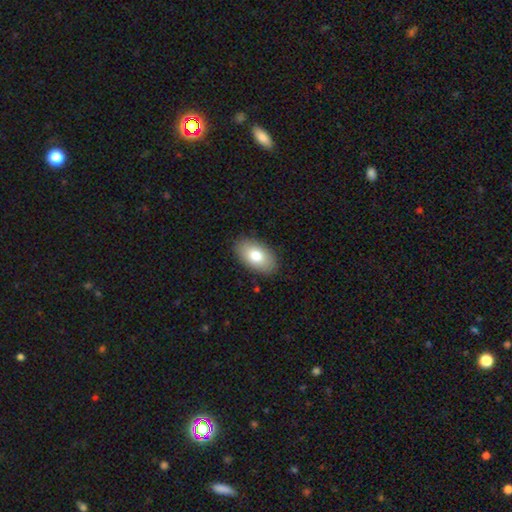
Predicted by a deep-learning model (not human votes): smooth_or_featured: smooth (p=0.78) [alt: featured or disk p=0.15]
how_rounded: in between (p=0.94) [alt: round p=0.04]
merging: none (p=0.87) [alt: minor disturbance p=0.09]